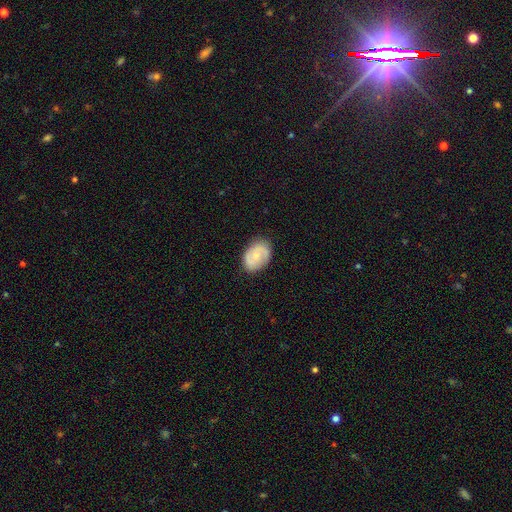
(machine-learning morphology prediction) featured or disk 56%, smooth 38%, star or artifact 6%. Down the decision tree: edge-on disk — no (97%); bar — no (65%); spiral arms — yes (83%); bulge size — small (55%); merging — none (79%).